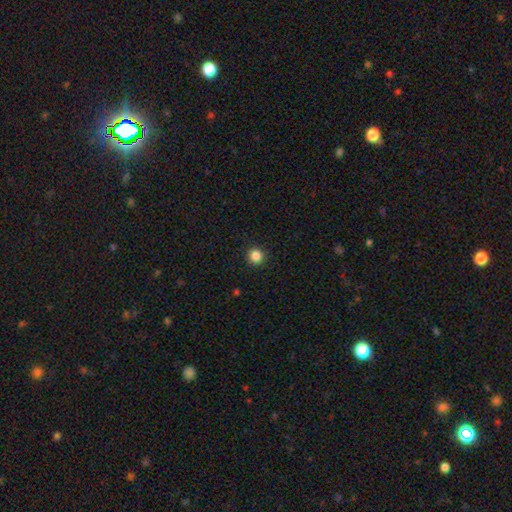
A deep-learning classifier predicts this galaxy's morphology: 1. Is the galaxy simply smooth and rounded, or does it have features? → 85% smooth, 11% star or artifact, 3% featured or disk.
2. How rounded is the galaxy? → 94% round, 6% in between, 1% cigar-shaped.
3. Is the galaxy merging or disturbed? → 93% none, 5% minor disturbance, 2% major disturbance, 1% merger.